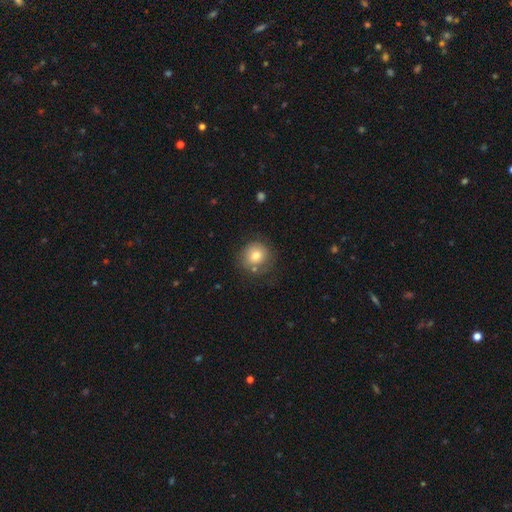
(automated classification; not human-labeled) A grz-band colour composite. It shows a smooth galaxy with no disk features (73%) that is round (89%). Merging: none (68%).